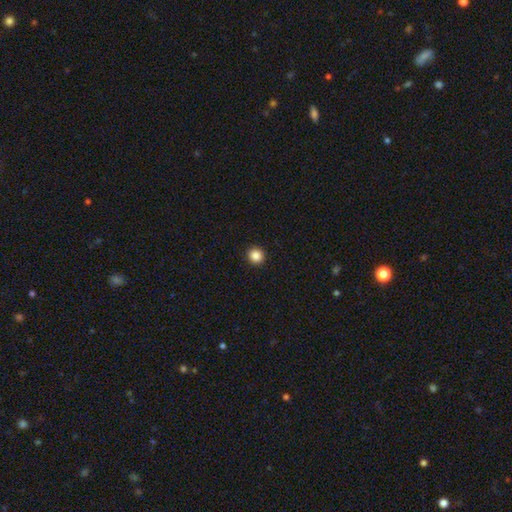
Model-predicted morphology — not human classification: Overall: smooth (87%). How rounded: round (94%). Merging: none (94%).